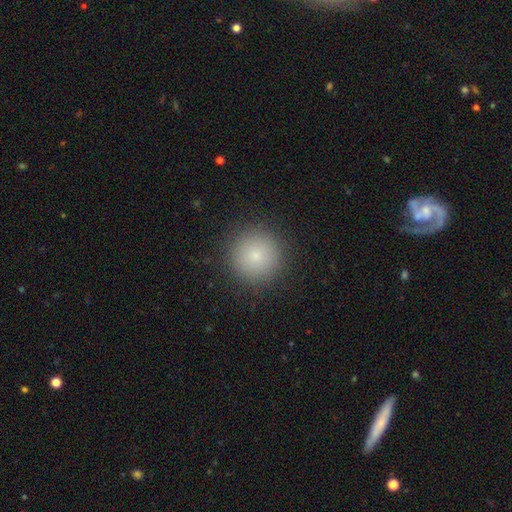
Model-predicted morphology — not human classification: A smooth galaxy with no disk features (81%) that is round (95%).

Vote fractions:
- Smooth or featured? smooth: 81% / star or artifact: 11% / featured or disk: 8%
- How rounded? round: 95% / in between: 4% / cigar-shaped: 1%
- Merging? none: 91% / minor disturbance: 6% / major disturbance: 2% / merger: 1%